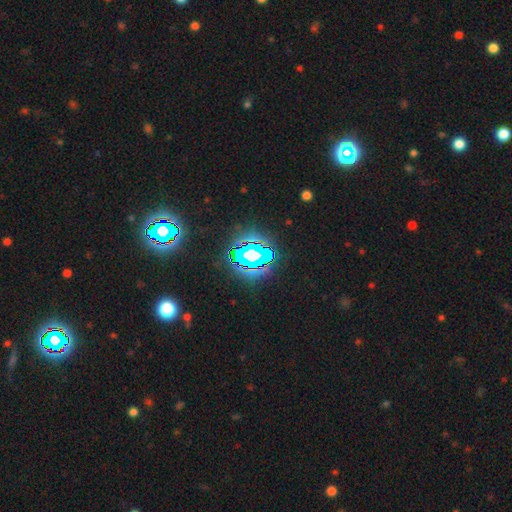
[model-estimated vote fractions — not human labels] Smooth or featured? Predicted: star or artifact (p=0.71).